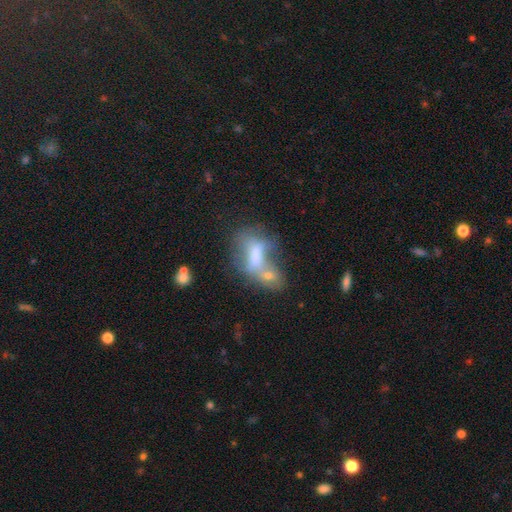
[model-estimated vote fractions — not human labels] A smooth galaxy with no disk features (50%) that is in between round and cigar-shaped (81%).

Vote fractions:
- Smooth or featured? smooth: 50% / featured or disk: 37% / star or artifact: 13%
- How rounded? in between: 81% / round: 10% / cigar-shaped: 9%
- Merging? merger: 56% / none: 19% / major disturbance: 14% / minor disturbance: 11%